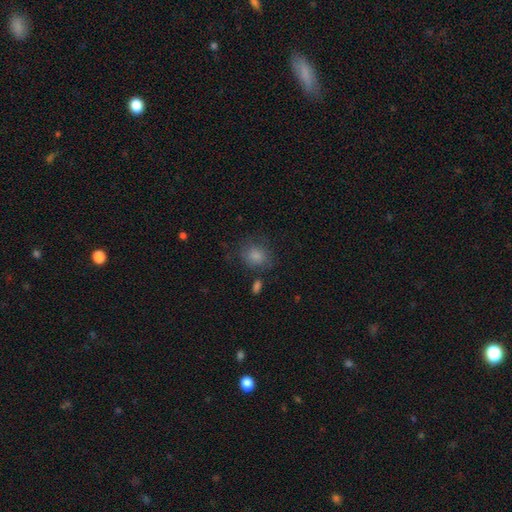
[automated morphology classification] Smooth or featured? Predicted: smooth (p=0.82). How rounded? Predicted: round (p=0.69). Merging? Predicted: none (p=0.67).